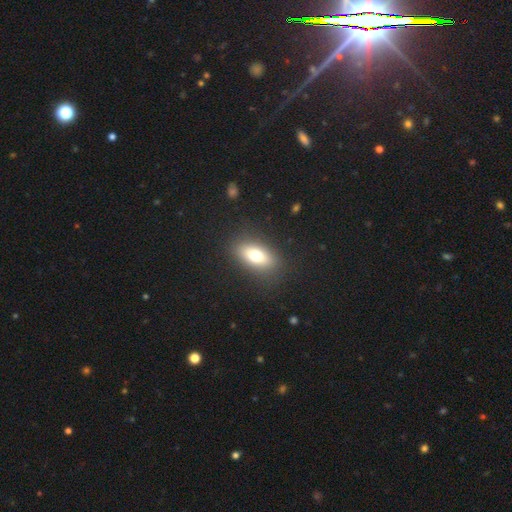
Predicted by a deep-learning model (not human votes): Smooth or featured? smooth (71%)
How rounded? in between (81%)
Merging? none (85%)